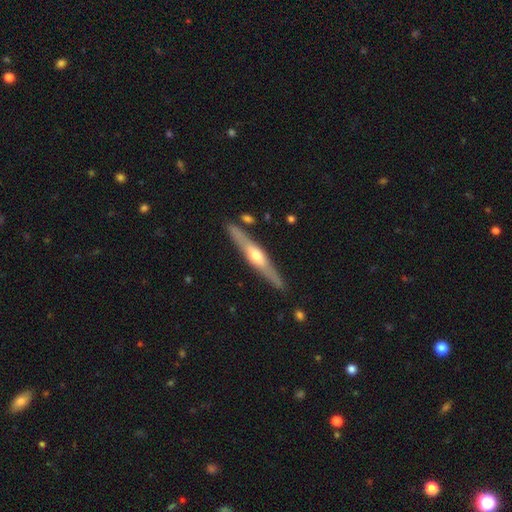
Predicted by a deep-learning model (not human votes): A featured or disk galaxy (68%) viewed edge-on (95%) with a rounded central bulge (87%).

Vote fractions:
- Smooth or featured? featured or disk: 68% / smooth: 27% / star or artifact: 5%
- Edge-on disk? yes: 95% / no: 5%
- Edge-on bulge? rounded: 87% / none: 7% / boxy: 6%
- Merging? none: 87% / minor disturbance: 9% / merger: 3% / major disturbance: 2%